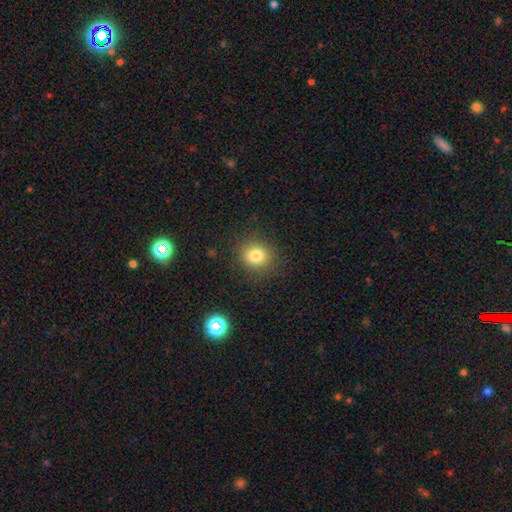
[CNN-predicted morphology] Smooth or featured: smooth — 80% (star or artifact — 13%)
How rounded: round — 87% (in between — 12%)
Merging: none — 88% (minor disturbance — 8%)